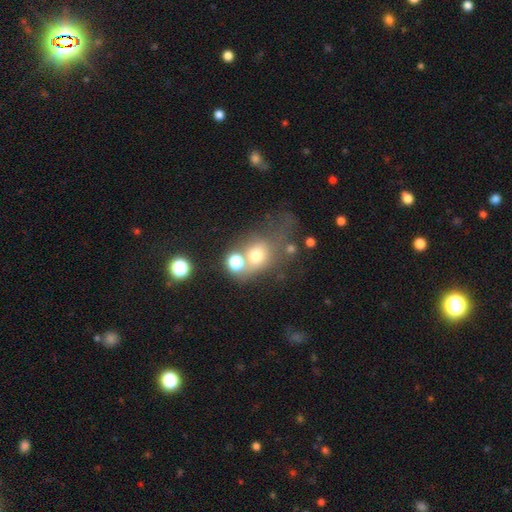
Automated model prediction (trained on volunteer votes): Smooth or featured?
  - smooth: 63% *
  - star or artifact: 19%
  - featured or disk: 18%
How rounded?
  - round: 64% *
  - in between: 34%
  - cigar-shaped: 2%
Merging?
  - none: 36% *
  - merger: 31%
  - major disturbance: 19%
  - minor disturbance: 15%